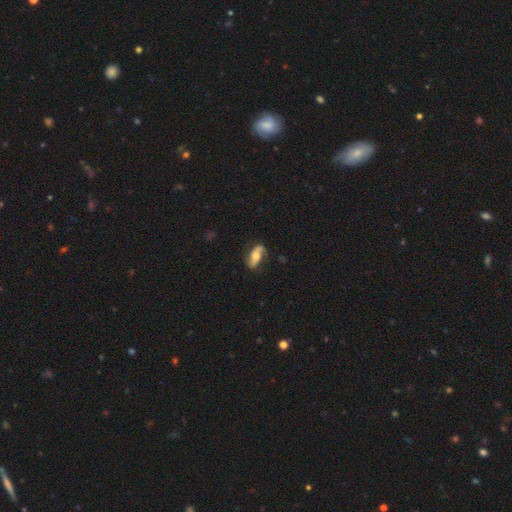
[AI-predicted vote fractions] Smooth or featured: featured or disk — 67% (smooth — 27%)
Edge-on disk: no — 90% (yes — 10%)
Bar: no — 51% (weak — 28%)
Spiral arms: yes — 90% (no — 10%)
Spiral winding: loose — 60% (medium — 28%)
Spiral arm count: 2 — 86% (1 — 6%)
Bulge size: moderate — 60% (small — 18%)
Merging: none — 70% (minor disturbance — 20%)